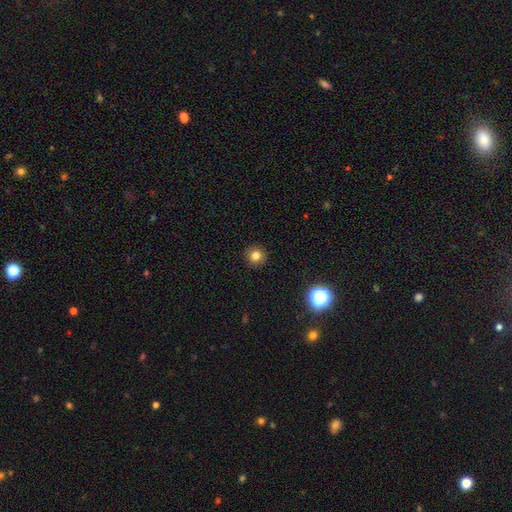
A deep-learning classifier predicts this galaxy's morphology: Overall: smooth (79%). How rounded: round (94%). Merging: none (92%).